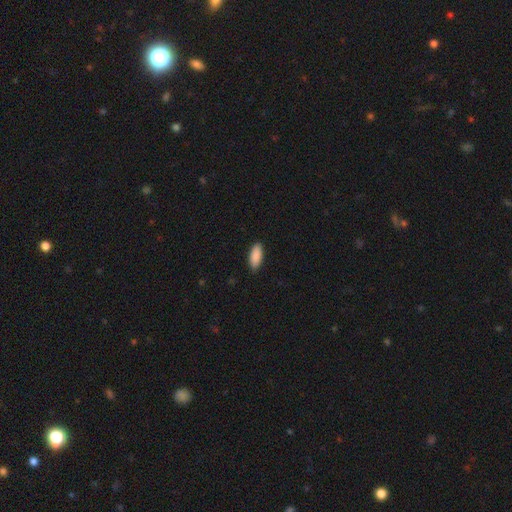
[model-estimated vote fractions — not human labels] smooth_or_featured: smooth (p=0.90) [alt: star or artifact p=0.06]
how_rounded: in between (p=0.80) [alt: cigar-shaped p=0.18]
merging: none (p=0.88) [alt: minor disturbance p=0.09]